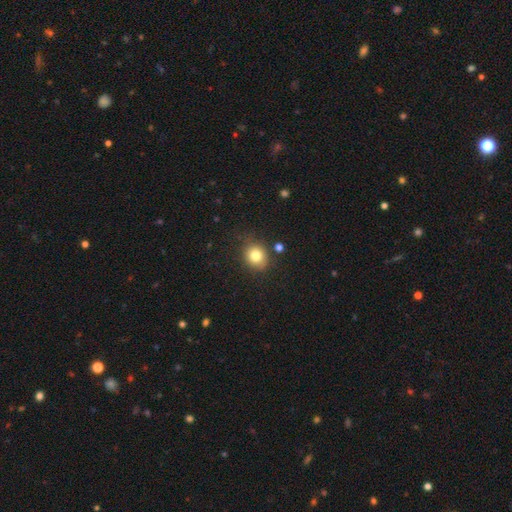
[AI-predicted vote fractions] A smooth galaxy with no disk features (79%) that is round (75%). Merging: none (78%).